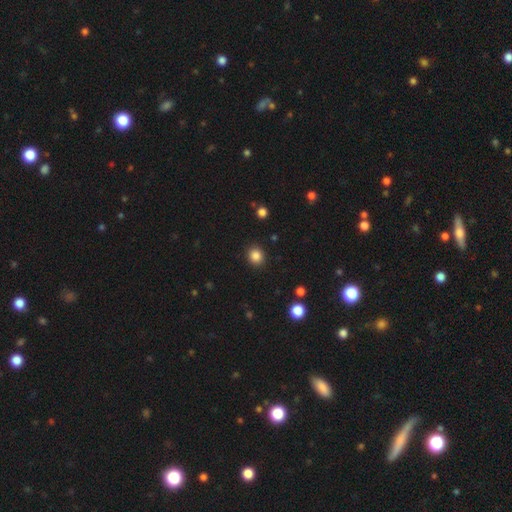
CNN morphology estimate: The model was most divided on "how rounded": round: 81%, in between: 18%, cigar-shaped: 1%. More confident: merging — none (90%); smooth or featured — smooth (86%).